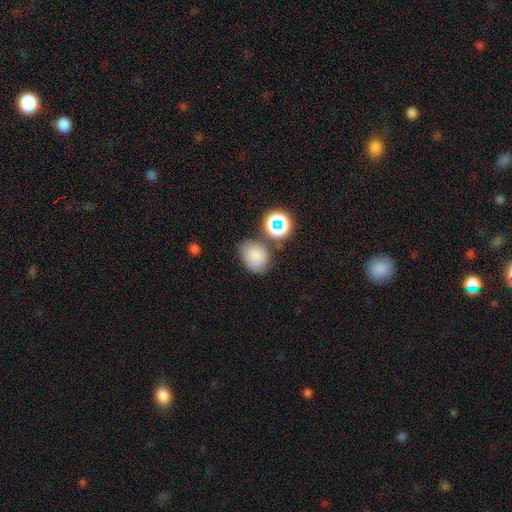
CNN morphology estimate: This is likely a smooth galaxy (77%). How rounded: possibly in between (53%). Merging: likely none (65%).